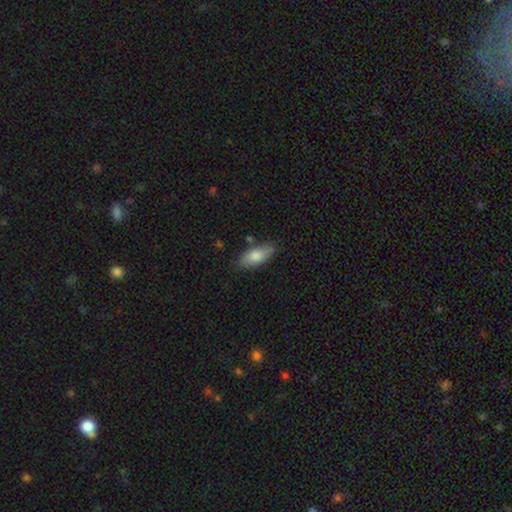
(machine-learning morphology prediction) This appears to be a smooth galaxy with no disk features (78%) that is in between round and cigar-shaped (82%). Merging: none (75%).